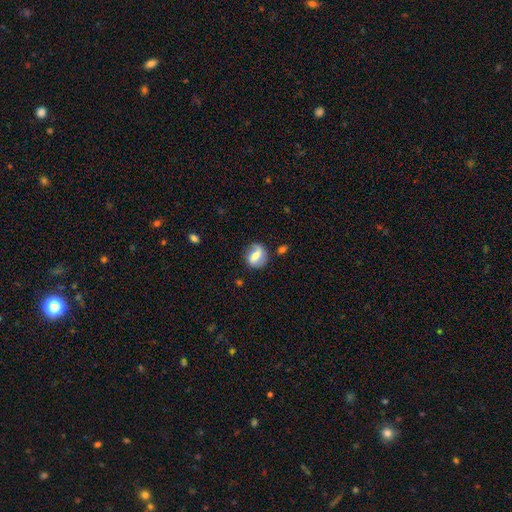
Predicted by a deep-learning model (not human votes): A smooth galaxy with no disk features (50%). Merging: none (71%).